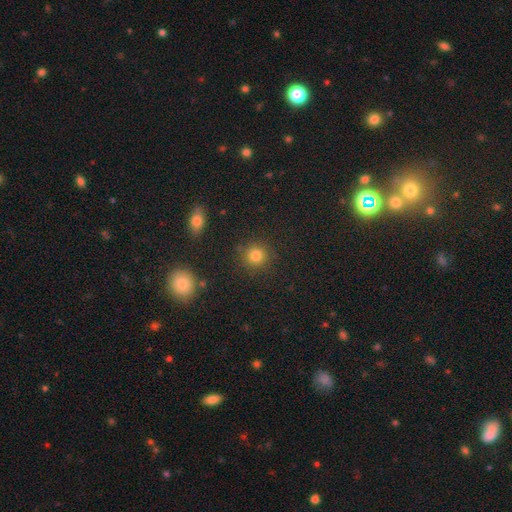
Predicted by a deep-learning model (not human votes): Smooth or featured? smooth (80%)
How rounded? round (92%)
Merging? none (87%)